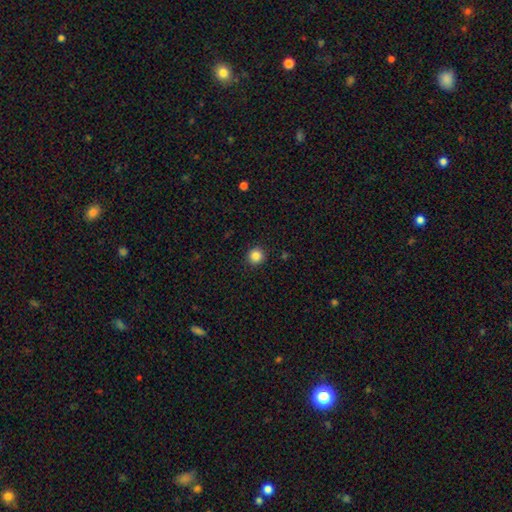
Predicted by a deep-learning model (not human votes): This appears to be a smooth galaxy with no disk features (86%) that is round (95%). Merging: none (92%).